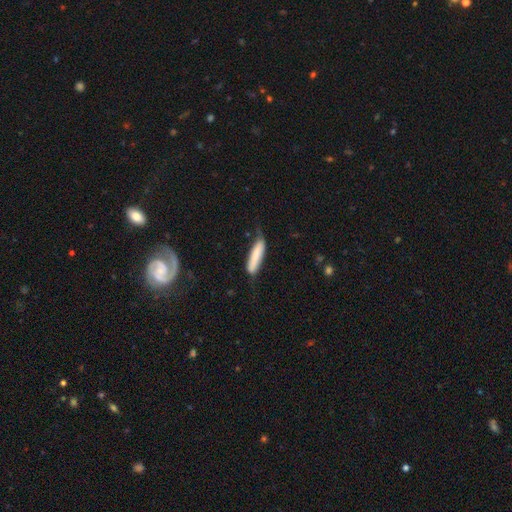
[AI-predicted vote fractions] Smooth or featured? smooth (76%)
How rounded? cigar-shaped (78%)
Merging? none (55%)